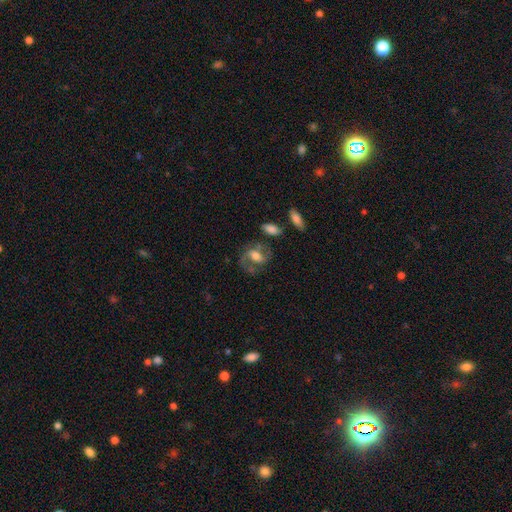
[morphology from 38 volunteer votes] A featured or disk galaxy (66%) with a weak bar (39%), 2 (95%) medium (58%) spiral arms (83%) and a moderate central bulge (43%). Merging: none (53%).